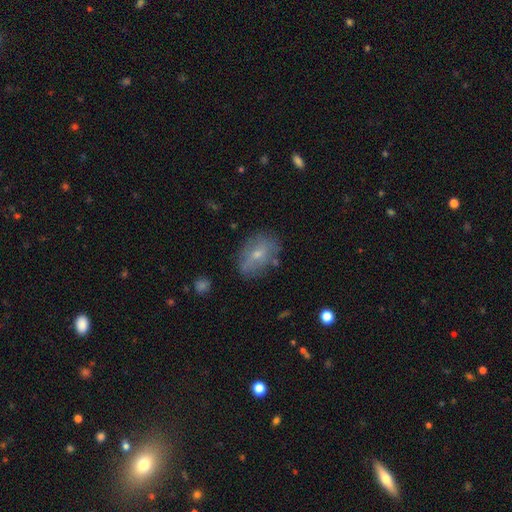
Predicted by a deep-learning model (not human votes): A smooth galaxy with no disk features (56%) that is in between round and cigar-shaped (82%). Merging: none (70%).